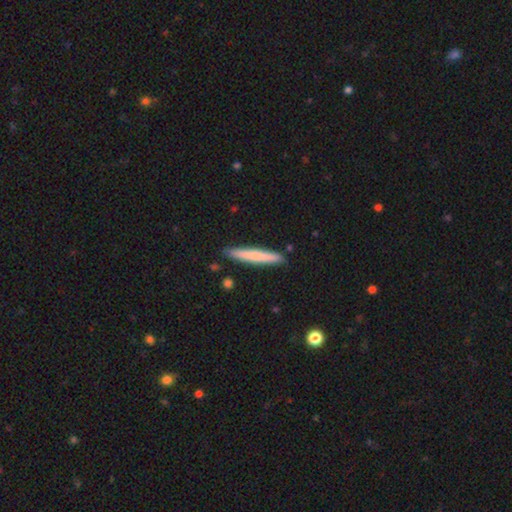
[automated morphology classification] Smooth or featured? Predicted: smooth (p=0.72). How rounded? Predicted: cigar-shaped (p=0.95). Merging? Predicted: none (p=0.89).